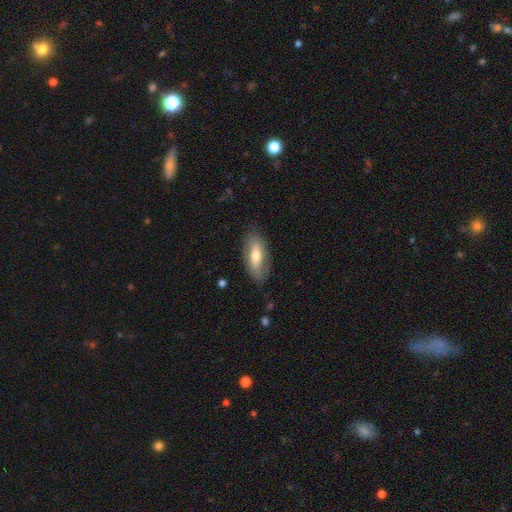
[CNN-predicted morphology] A smooth galaxy with no disk features (54%) that is in between round and cigar-shaped (81%). Merging: none (79%).